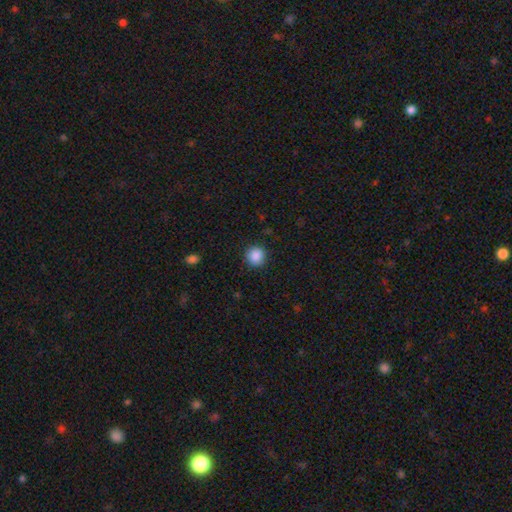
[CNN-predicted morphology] Smooth or featured? smooth (88%)
How rounded? round (92%)
Merging? none (90%)